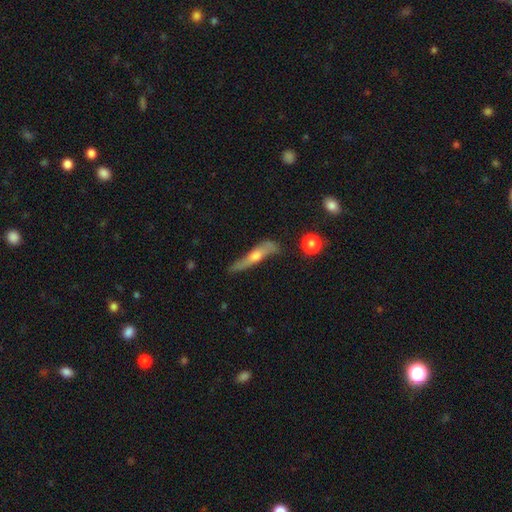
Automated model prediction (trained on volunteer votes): This is possibly a featured or disk galaxy (60%). It is clearly viewed edge-on (85%). Edge-on bulge: clearly rounded (84%). Merging: likely none (61%).